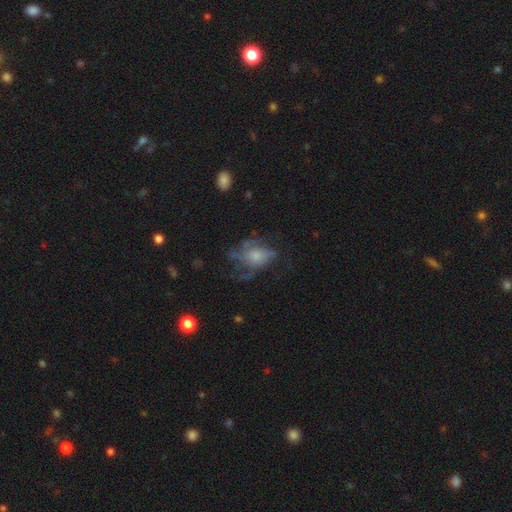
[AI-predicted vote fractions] Smooth or featured?
  - featured or disk: 56% *
  - smooth: 33%
  - star or artifact: 11%
Edge-on disk?
  - no: 96% *
  - yes: 4%
Bar?
  - no: 82% *
  - weak: 15%
  - strong: 3%
Spiral arms?
  - yes: 63% *
  - no: 37%
Bulge size?
  - small: 42% *
  - moderate: 35%
  - none: 11%
  - large: 9%
  - dominant: 2%
Merging?
  - none: 42% *
  - major disturbance: 33%
  - minor disturbance: 23%
  - merger: 2%